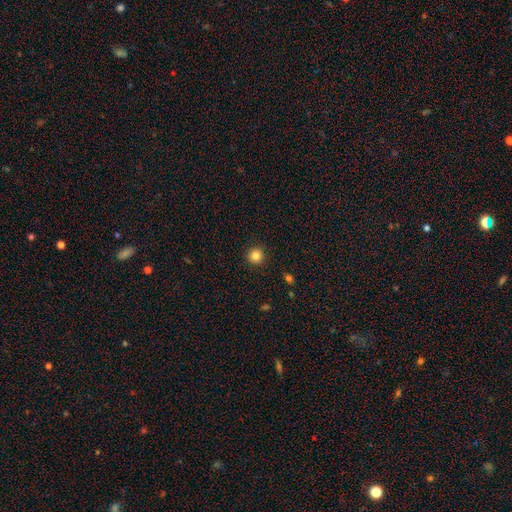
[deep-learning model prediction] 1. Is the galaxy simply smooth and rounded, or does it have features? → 84% smooth, 12% star or artifact, 4% featured or disk.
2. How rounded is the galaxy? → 96% round, 3% in between, 1% cigar-shaped.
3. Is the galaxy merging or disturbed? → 93% none, 4% minor disturbance, 2% major disturbance, 1% merger.